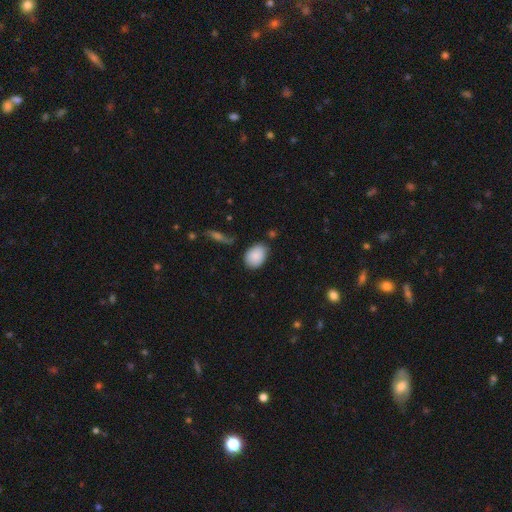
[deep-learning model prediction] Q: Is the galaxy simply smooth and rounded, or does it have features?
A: smooth — 87%.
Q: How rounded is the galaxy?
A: in between — 80%.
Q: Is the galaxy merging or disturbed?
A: none — 74%.